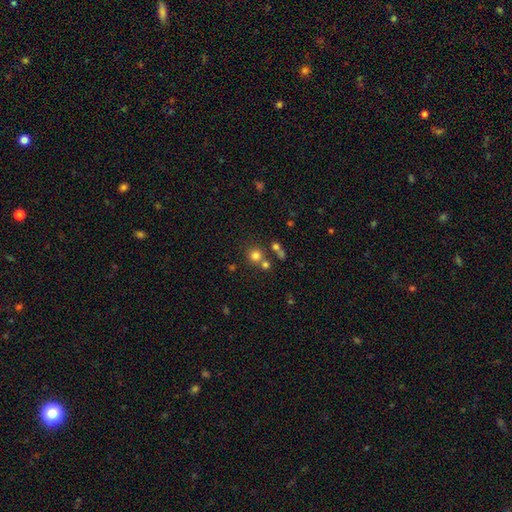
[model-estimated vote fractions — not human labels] A smooth galaxy with no disk features (75%) that is round (91%). Merging: none (67%).